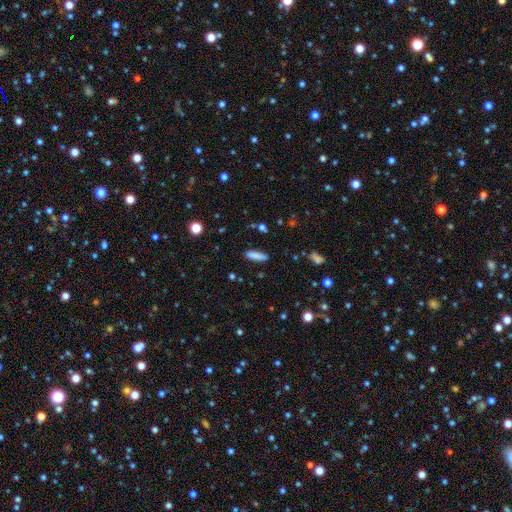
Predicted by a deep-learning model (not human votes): The model was most divided on "how rounded": cigar-shaped: 50%, in between: 48%, round: 2%. More confident: smooth or featured — smooth (85%); merging — none (85%).